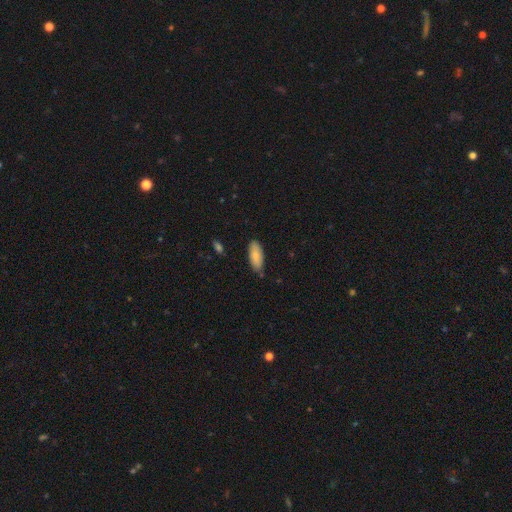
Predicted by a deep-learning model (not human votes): smooth_or_featured: smooth (p=0.82) [alt: featured or disk p=0.12]
how_rounded: in between (p=0.80) [alt: cigar-shaped p=0.18]
merging: none (p=0.77) [alt: minor disturbance p=0.18]